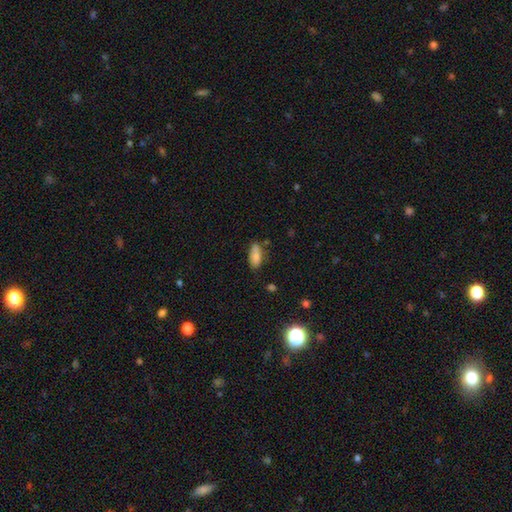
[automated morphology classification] The model was most divided on "merging": none: 65%, minor disturbance: 24%, merger: 6%, major disturbance: 5%. More confident: smooth or featured — smooth (83%); how rounded — in between (78%).